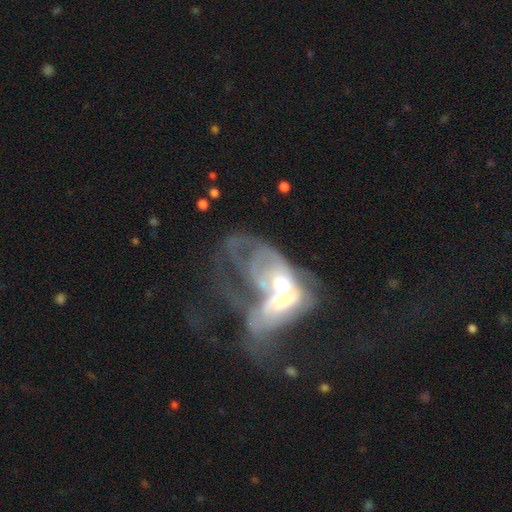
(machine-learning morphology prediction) Smooth or featured?
  - featured or disk: 69% *
  - smooth: 18%
  - star or artifact: 13%
Edge-on disk?
  - no: 94% *
  - yes: 6%
Bar?
  - no: 77% *
  - weak: 16%
  - strong: 7%
Spiral arms?
  - no: 61% *
  - yes: 39%
Bulge size?
  - moderate: 55% *
  - small: 28%
  - large: 7%
  - none: 7%
  - dominant: 3%
Merging?
  - merger: 61% *
  - major disturbance: 26%
  - none: 7%
  - minor disturbance: 5%